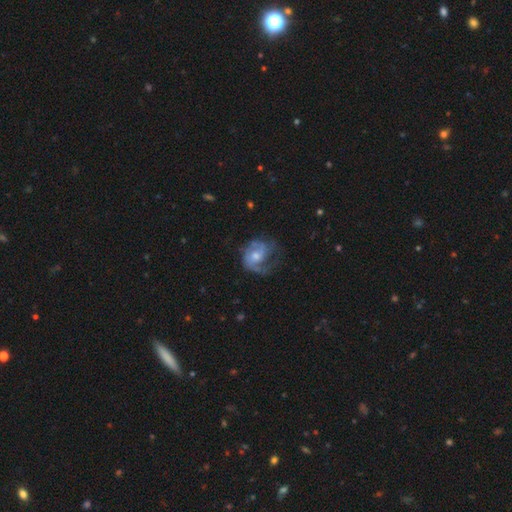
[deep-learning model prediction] This is likely a featured or disk galaxy (72%). It is clearly not viewed edge-on (98%). Bar: likely no (64%). Spiral arm pattern: clearly yes (86%). Spiral arm count: possibly 2 (49%). Spiral winding: marginally medium (45%). Central bulge: possibly moderate (57%). Merging: marginally none (43%).